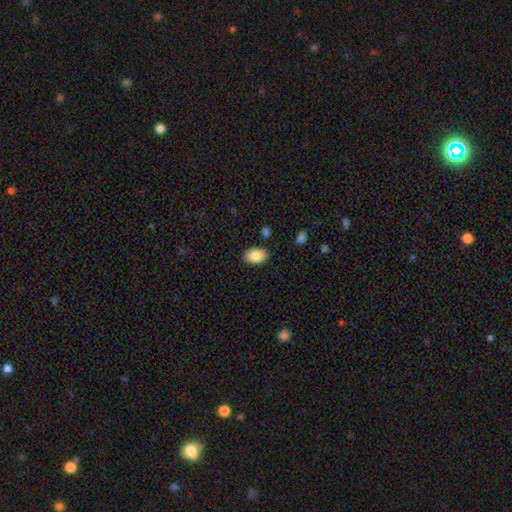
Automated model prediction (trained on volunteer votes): Morphology: type=smooth (86%); roundness=in between (91%); merging=none (86%).